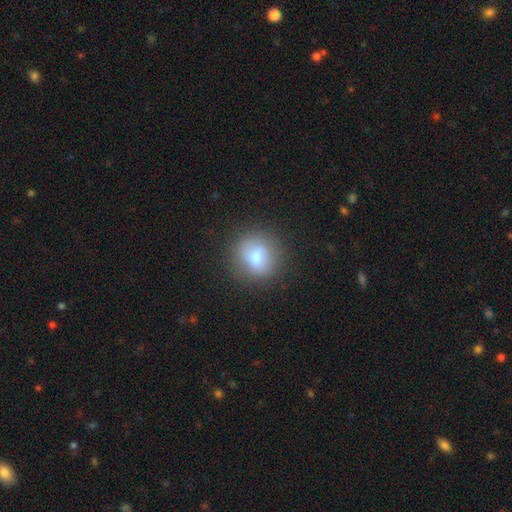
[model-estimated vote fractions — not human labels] Overall: smooth (74%). How rounded: round (83%). Merging: none (82%).